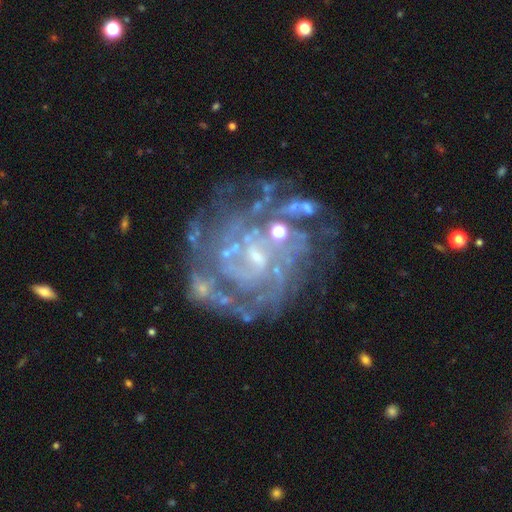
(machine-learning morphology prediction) smooth_or_featured: featured or disk (p=0.85) [alt: star or artifact p=0.09]
disk_edge_on: no (p=0.98) [alt: yes p=0.02]
bar: no (p=0.52) [alt: weak p=0.36]
has_spiral_arms: yes (p=0.87) [alt: no p=0.13]
spiral_winding: tight (p=0.67) [alt: medium p=0.25]
spiral_arm_count: can't tell (p=0.42) [alt: 3 p=0.14]
bulge_size: small (p=0.65) [alt: moderate p=0.17]
merging: none (p=0.61) [alt: minor disturbance p=0.18]